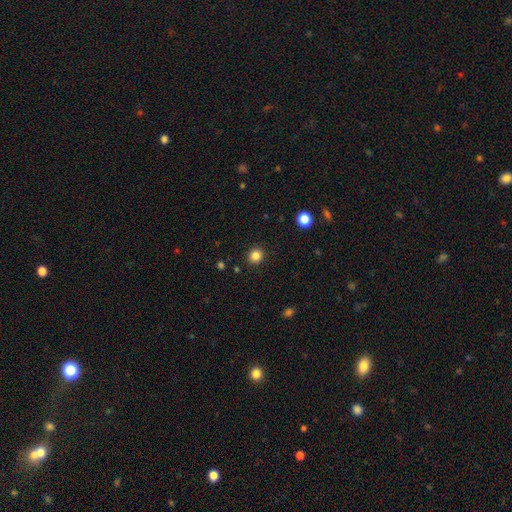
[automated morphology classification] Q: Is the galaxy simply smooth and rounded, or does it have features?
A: smooth — 84%.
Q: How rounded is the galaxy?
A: round — 90%.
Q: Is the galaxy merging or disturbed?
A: none — 91%.